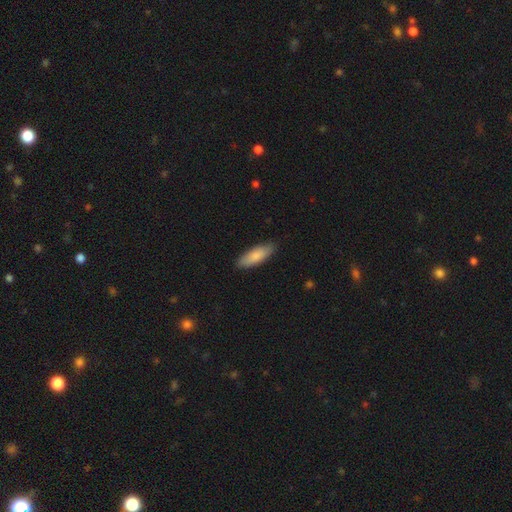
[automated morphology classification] Q: Smooth or featured?
A: smooth (83%); runner-up: featured or disk (11%)
Q: How rounded?
A: in between (63%); runner-up: cigar-shaped (35%)
Q: Merging?
A: none (87%); runner-up: minor disturbance (10%)